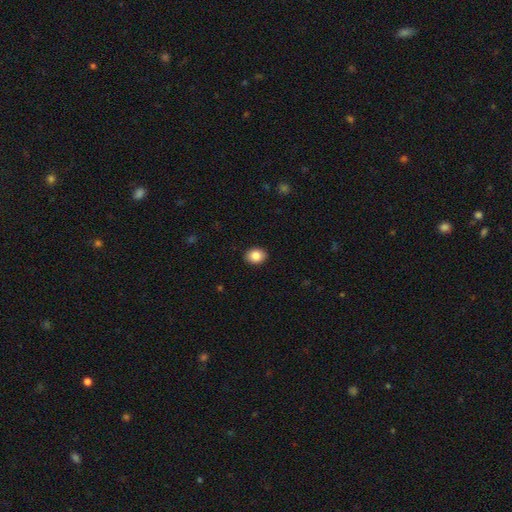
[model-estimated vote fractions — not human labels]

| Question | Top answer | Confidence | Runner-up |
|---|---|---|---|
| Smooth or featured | smooth | 87% | star or artifact (8%) |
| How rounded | in between | 63% | round (36%) |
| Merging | none | 91% | minor disturbance (7%) |